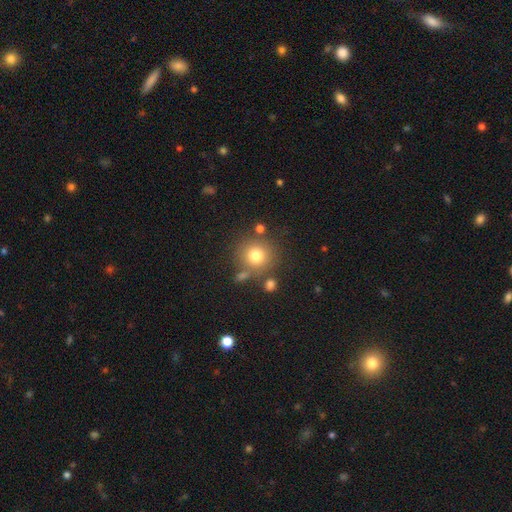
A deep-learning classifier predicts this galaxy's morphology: This appears to be a smooth galaxy with no disk features (76%) that is round (92%). Merging: none (76%).